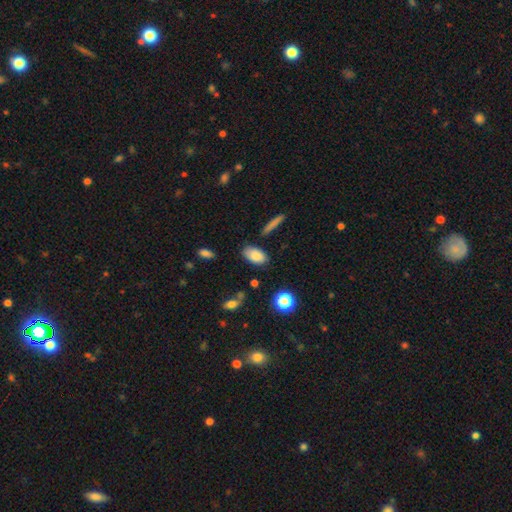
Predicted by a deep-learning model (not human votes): This appears to be a smooth galaxy with no disk features (83%) that is in between round and cigar-shaped (92%). Merging: none (78%).